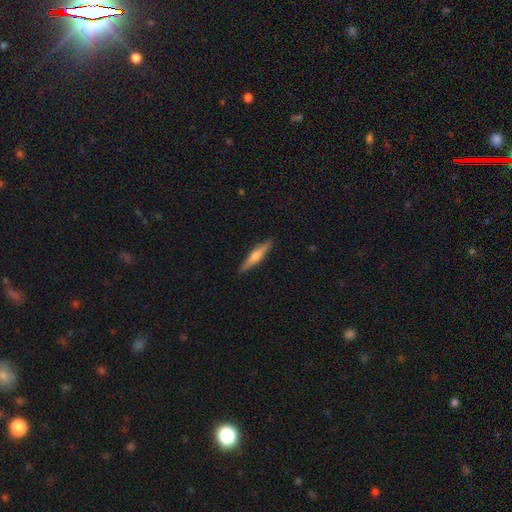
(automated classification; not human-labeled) smooth-or-featured: featured or disk: 50% | smooth: 44% | star or artifact: 6%
  disk-edge-on: yes: 96% | no: 4%
  merging: none: 90% | minor disturbance: 7% | major disturbance: 2% | merger: 1%